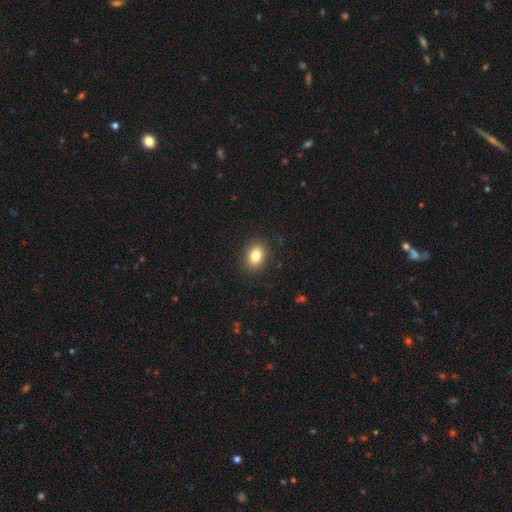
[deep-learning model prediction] smooth-or-featured: smooth: 82% | star or artifact: 10% | featured or disk: 8%
  how-rounded: in between: 59% | round: 40% | cigar-shaped: 1%
  merging: none: 89% | minor disturbance: 8% | major disturbance: 2% | merger: 1%